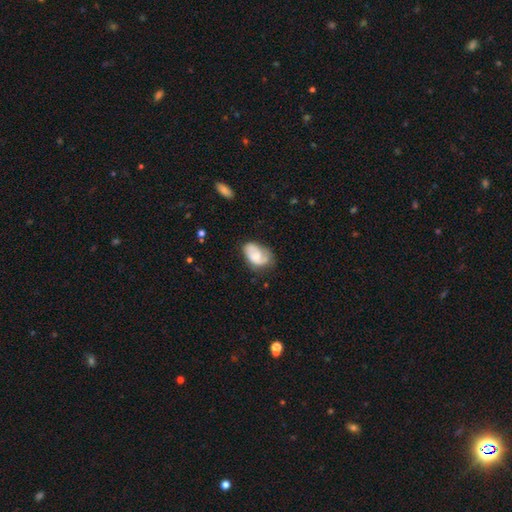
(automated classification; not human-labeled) Smooth or featured: smooth — 57% (featured or disk — 36%)
How rounded: in between — 89% (round — 9%)
Merging: none — 50% (minor disturbance — 34%)